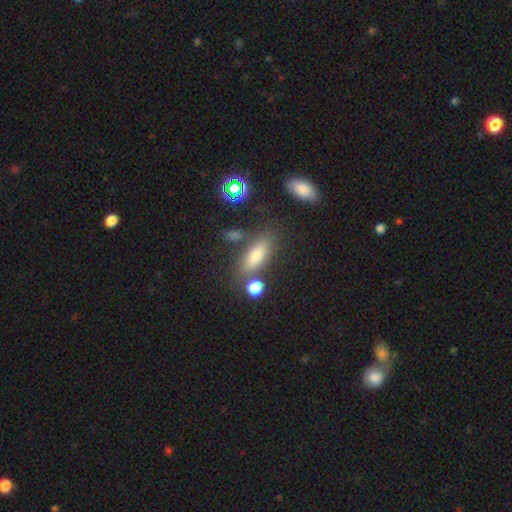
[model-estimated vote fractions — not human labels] smooth 72%, star or artifact 14%, featured or disk 14%. Down the decision tree: how rounded — in between (64%); merging — none (70%).